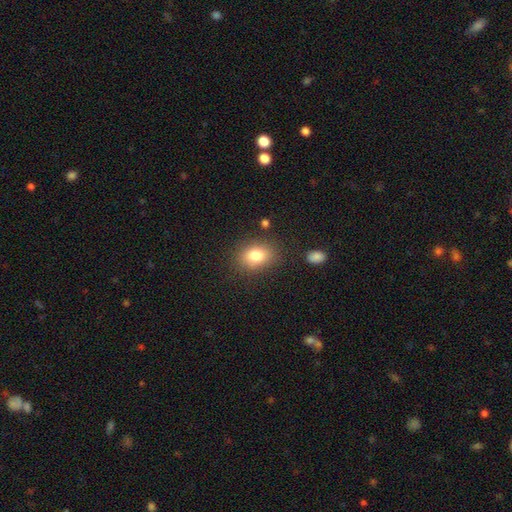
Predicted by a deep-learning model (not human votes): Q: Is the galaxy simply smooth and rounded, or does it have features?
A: smooth — 80%.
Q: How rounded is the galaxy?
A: in between — 62%.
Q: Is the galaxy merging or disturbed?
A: none — 82%.